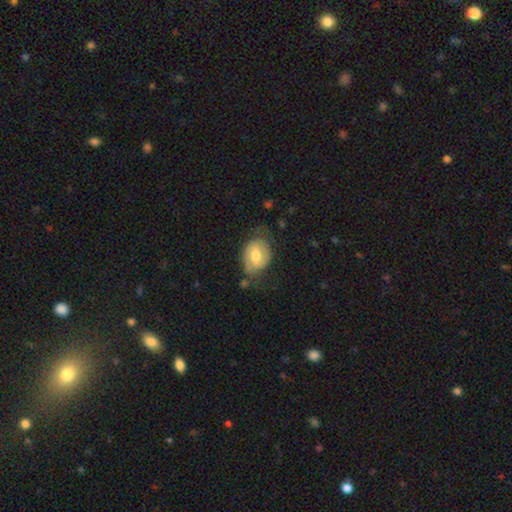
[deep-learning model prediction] Smooth or featured?
  - smooth: 48% *
  - featured or disk: 46%
  - star or artifact: 7%
Merging?
  - none: 57% *
  - minor disturbance: 28%
  - major disturbance: 12%
  - merger: 3%